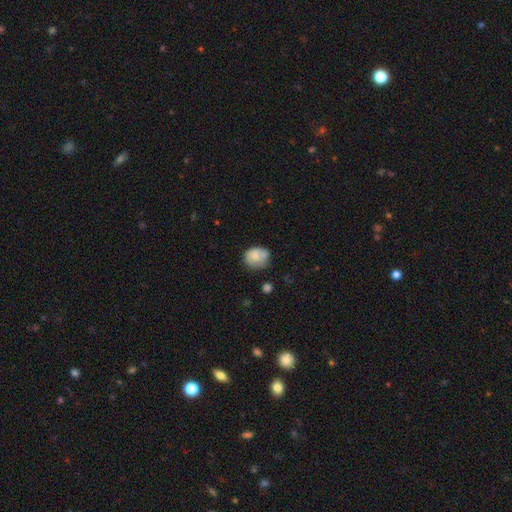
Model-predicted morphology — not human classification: smooth 74%, featured or disk 18%, star or artifact 8%. Down the decision tree: how rounded — round (60%); merging — none (55%).